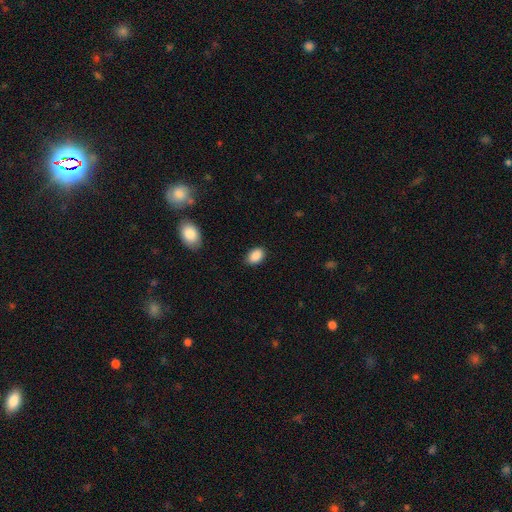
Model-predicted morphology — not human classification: The model was most divided on "how rounded": in between: 85%, round: 14%, cigar-shaped: 1%. More confident: smooth or featured — smooth (89%); merging — none (84%).